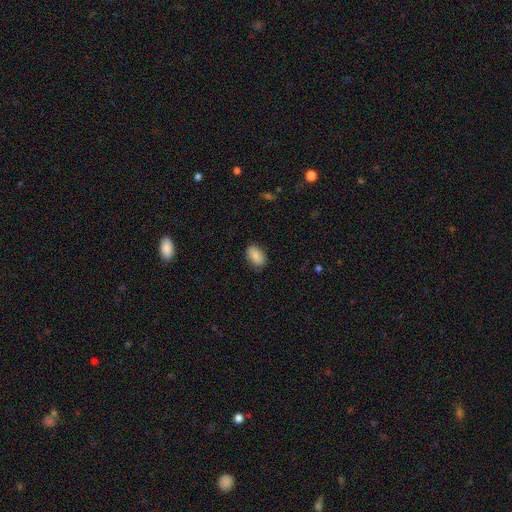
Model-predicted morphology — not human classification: This appears to be a smooth galaxy with no disk features (86%) that is in between round and cigar-shaped (91%). Merging: none (84%).